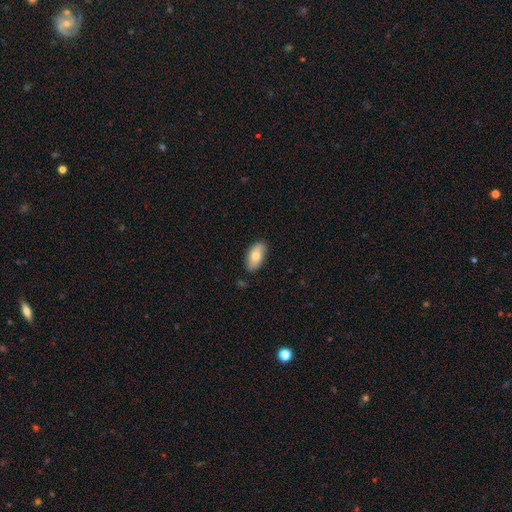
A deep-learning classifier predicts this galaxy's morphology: Overall: smooth (71%). How rounded: in between (92%). Merging: none (79%).